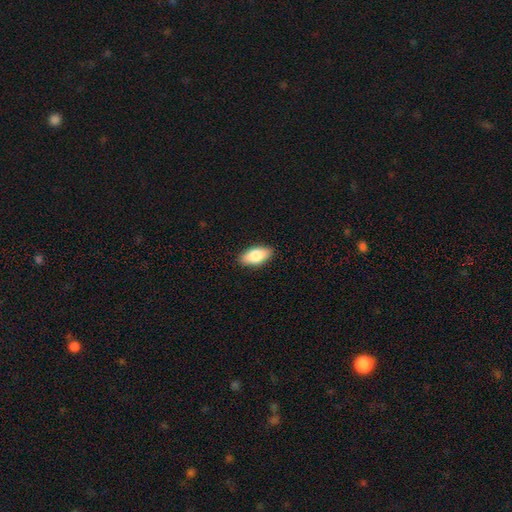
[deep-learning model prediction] This is likely a smooth galaxy (80%). How rounded: clearly in between (91%). Merging: clearly none (89%).